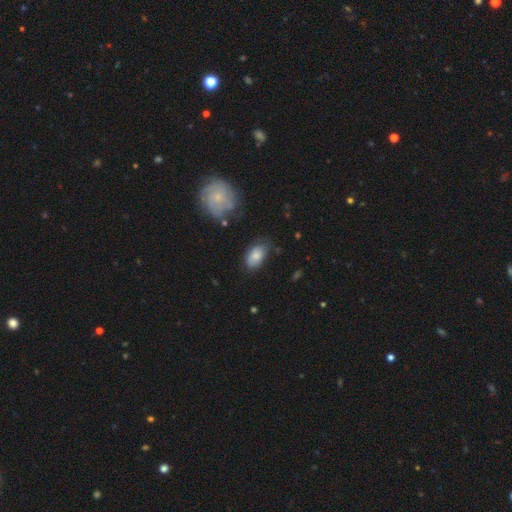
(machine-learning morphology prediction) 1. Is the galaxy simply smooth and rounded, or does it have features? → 77% smooth, 15% featured or disk, 8% star or artifact.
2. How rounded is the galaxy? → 91% in between, 7% round, 2% cigar-shaped.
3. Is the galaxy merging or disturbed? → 63% none, 26% minor disturbance, 7% major disturbance, 3% merger.